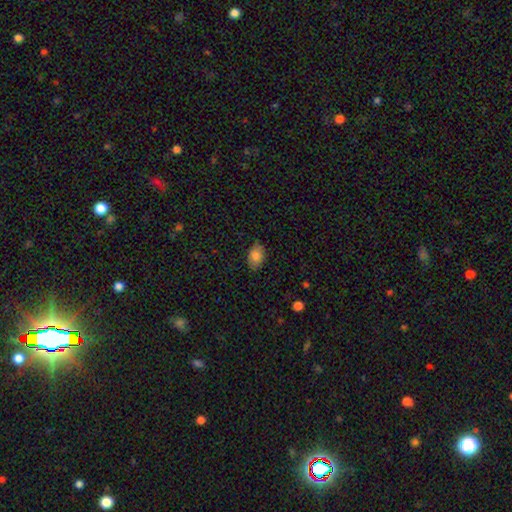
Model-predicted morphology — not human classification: Smooth or featured?
  - smooth: 82% *
  - featured or disk: 10%
  - star or artifact: 8%
How rounded?
  - in between: 87% *
  - round: 11%
  - cigar-shaped: 1%
Merging?
  - none: 82% *
  - minor disturbance: 14%
  - major disturbance: 3%
  - merger: 1%